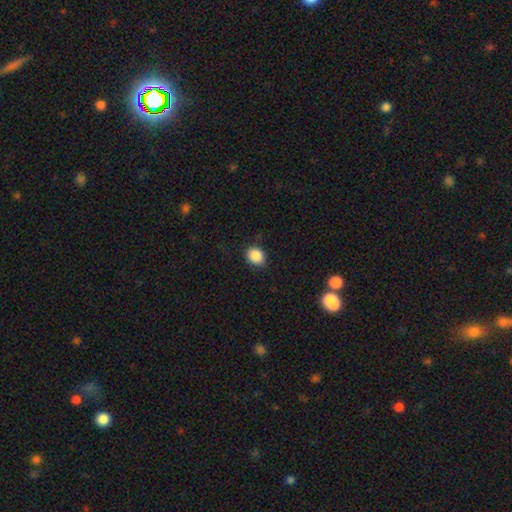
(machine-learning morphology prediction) This appears to be a smooth galaxy with no disk features (87%) that is round (54%). Merging: none (83%).